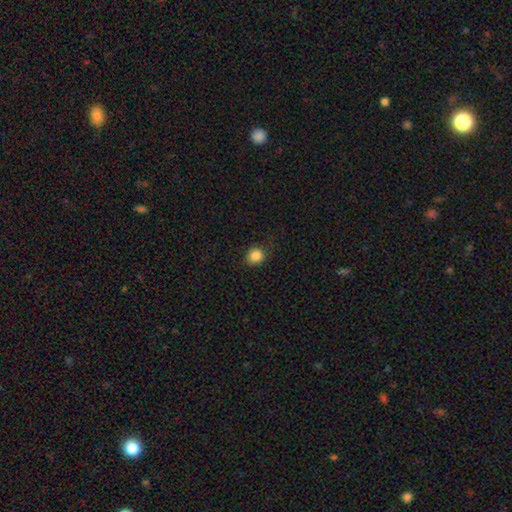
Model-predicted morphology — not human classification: A smooth galaxy with no disk features (86%) that is round (87%). Merging: none (85%).